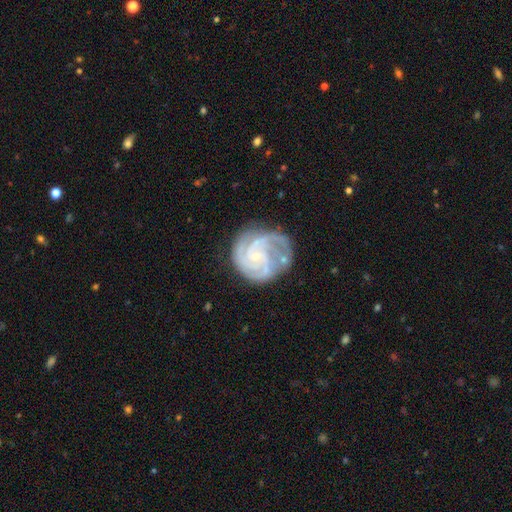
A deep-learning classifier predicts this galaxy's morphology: A featured or disk galaxy (88%) with no bar (68%), 3 (46%) tight (62%) spiral arms (98%) and a small central bulge (80%).

Vote fractions:
- Smooth or featured? featured or disk: 88% / smooth: 6% / star or artifact: 6%
- Edge-on disk? no: 98% / yes: 2%
- Bar? no: 68% / weak: 26% / strong: 6%
- Spiral arms? yes: 98% / no: 2%
- Spiral winding? tight: 62% / medium: 33% / loose: 5%
- Spiral arm count? 3: 46% / 4: 20% / 2: 13% / can't tell: 12% / more than 4: 5% / 1: 5%
- Bulge size? small: 80% / moderate: 14% / none: 4% / large: 1% / dominant: 1%
- Merging? none: 62% / minor disturbance: 24% / major disturbance: 11% / merger: 4%